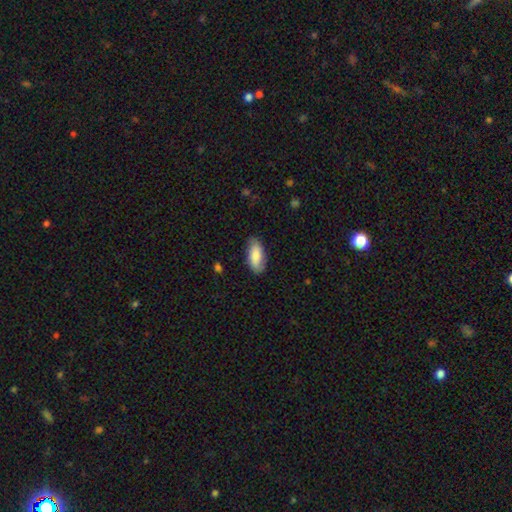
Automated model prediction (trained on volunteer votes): Q: Smooth or featured?
A: smooth (83%); runner-up: featured or disk (11%)
Q: How rounded?
A: in between (85%); runner-up: cigar-shaped (13%)
Q: Merging?
A: none (81%); runner-up: minor disturbance (14%)